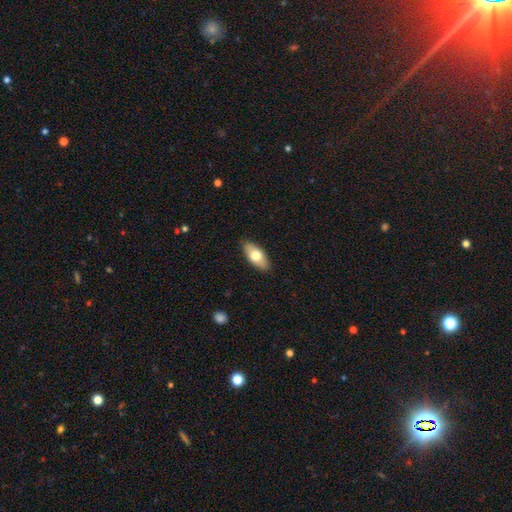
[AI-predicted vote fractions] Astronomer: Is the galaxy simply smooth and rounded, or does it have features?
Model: smooth — 68%.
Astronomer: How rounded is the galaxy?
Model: in between — 87%.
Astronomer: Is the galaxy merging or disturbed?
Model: none — 88%.